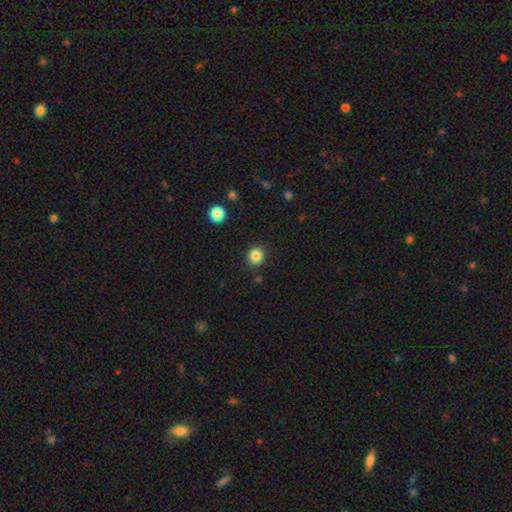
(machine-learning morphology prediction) A smooth galaxy with no disk features (85%) that is round (87%). Merging: none (89%).